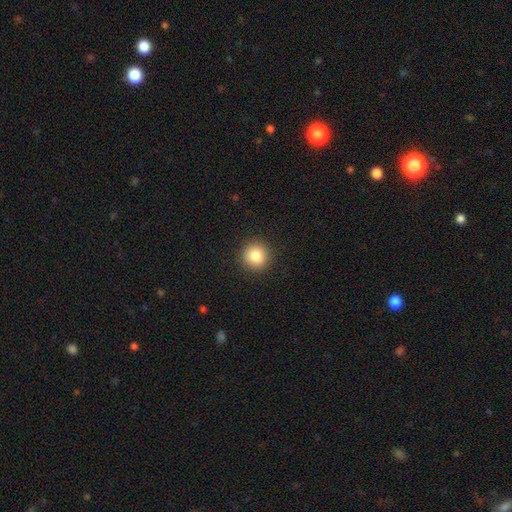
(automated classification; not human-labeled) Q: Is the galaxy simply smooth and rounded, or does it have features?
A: smooth — 84%.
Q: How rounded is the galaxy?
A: round — 93%.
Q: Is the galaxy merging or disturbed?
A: none — 91%.